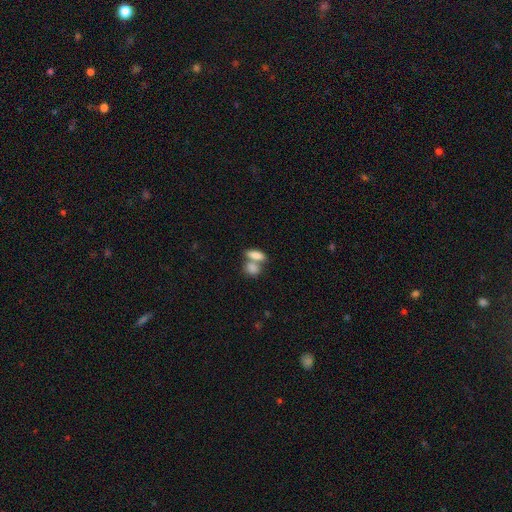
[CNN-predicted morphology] The model was most divided on "merging": merger: 57%, none: 32%, minor disturbance: 8%, major disturbance: 4%. More confident: smooth or featured — smooth (82%); how rounded — in between (80%).